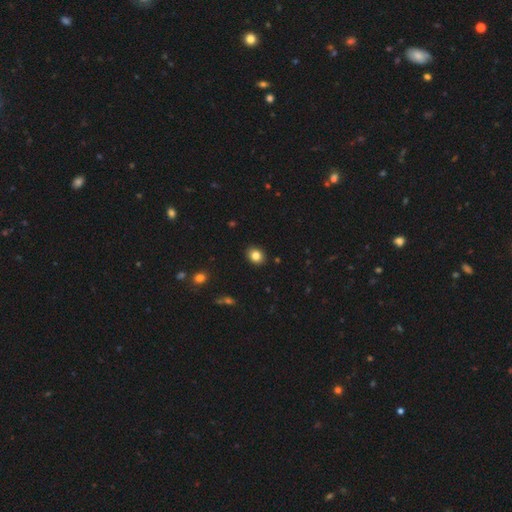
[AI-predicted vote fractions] A smooth galaxy with no disk features (83%) that is round (52%). Merging: none (90%).